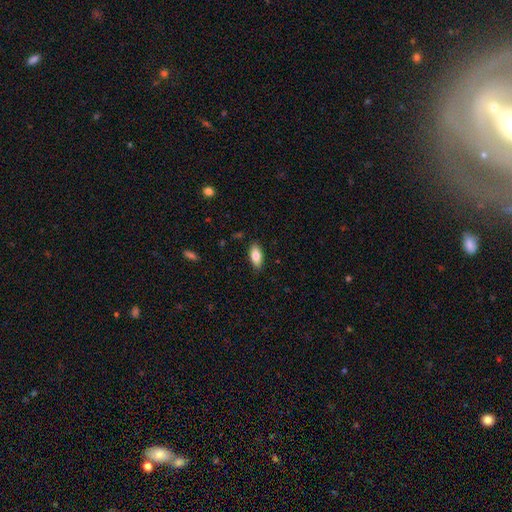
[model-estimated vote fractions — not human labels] smooth_or_featured: smooth (p=0.80) [alt: featured or disk p=0.13]
how_rounded: in between (p=0.87) [alt: cigar-shaped p=0.11]
merging: none (p=0.87) [alt: minor disturbance p=0.10]